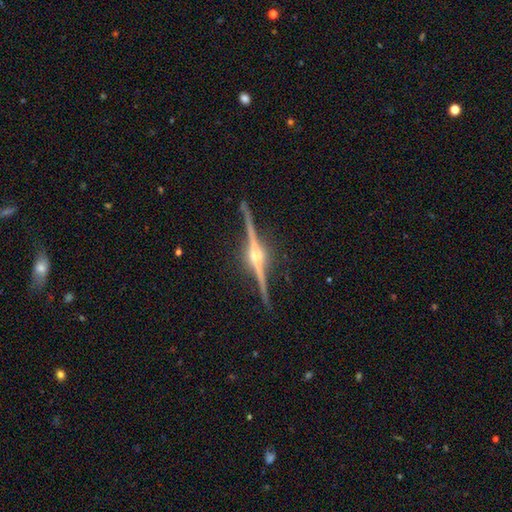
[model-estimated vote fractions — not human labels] This appears to be a featured or disk galaxy (91%) viewed edge-on (98%) with a rounded central bulge (95%). Merging: none (88%).